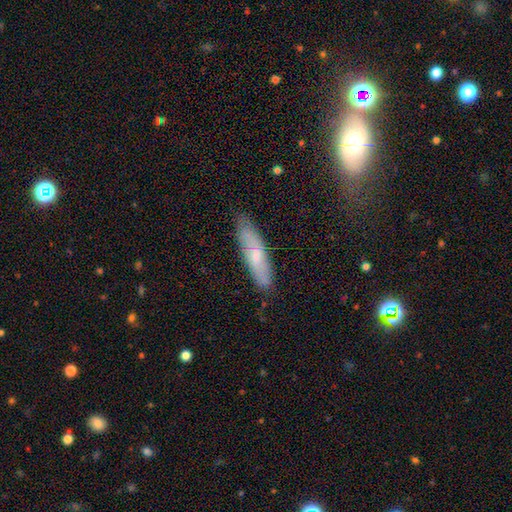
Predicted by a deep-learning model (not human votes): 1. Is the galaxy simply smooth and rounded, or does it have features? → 58% smooth, 35% featured or disk, 7% star or artifact.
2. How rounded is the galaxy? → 71% cigar-shaped, 28% in between, 2% round.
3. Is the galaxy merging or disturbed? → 80% none, 16% minor disturbance, 3% major disturbance, 1% merger.